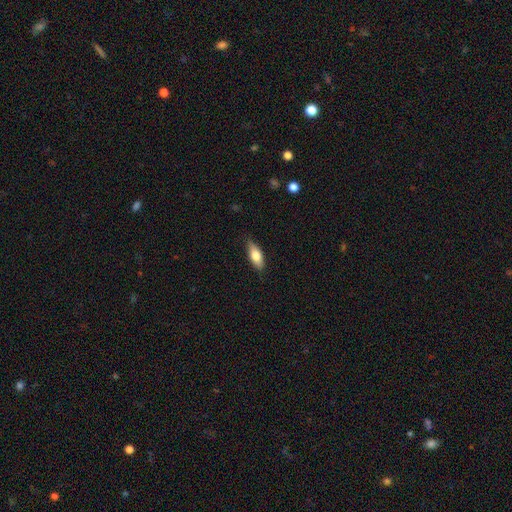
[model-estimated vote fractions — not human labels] smooth 74%, featured or disk 20%, star or artifact 6%. Down the decision tree: how rounded — in between (75%); merging — none (82%).